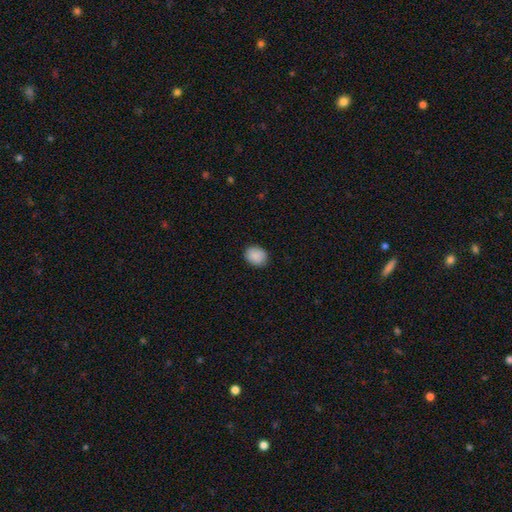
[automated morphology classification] Smooth or featured? Predicted: smooth (p=0.89). How rounded? Predicted: round (p=0.60). Merging? Predicted: none (p=0.88).